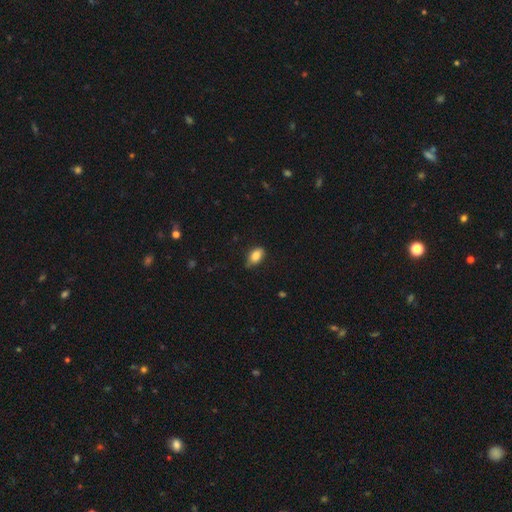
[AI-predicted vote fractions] smooth 83%, featured or disk 9%, star or artifact 8%. Down the decision tree: how rounded — in between (87%); merging — none (65%).